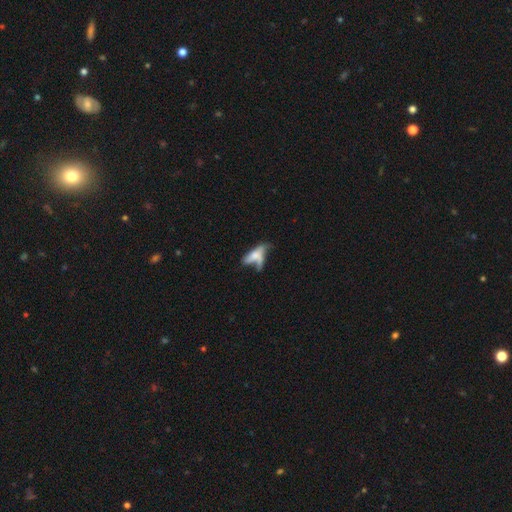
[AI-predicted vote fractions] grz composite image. It shows a smooth galaxy with no disk features (49%). Merging: merger (34%).